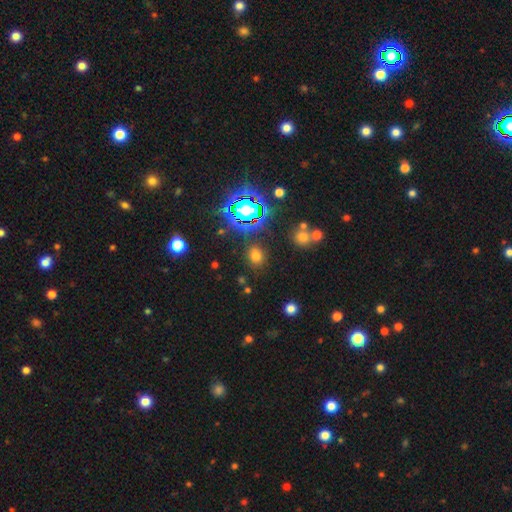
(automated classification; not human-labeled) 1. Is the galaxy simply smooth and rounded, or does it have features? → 61% smooth, 31% star or artifact, 8% featured or disk.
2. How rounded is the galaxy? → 60% round, 38% in between, 2% cigar-shaped.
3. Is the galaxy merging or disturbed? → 84% none, 9% minor disturbance, 4% major disturbance, 4% merger.